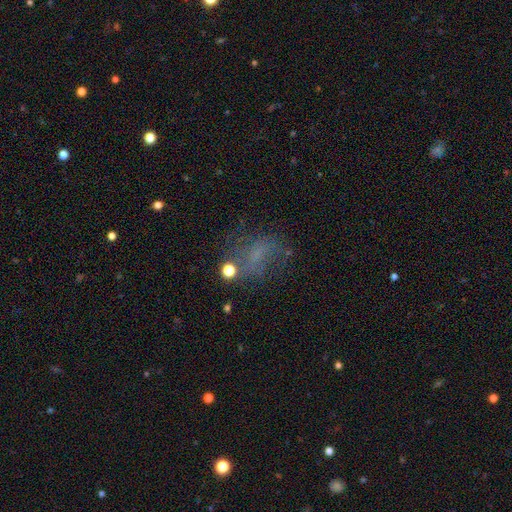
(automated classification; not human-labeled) This appears to be a smooth galaxy with no disk features (38%). Merging: none (49%).